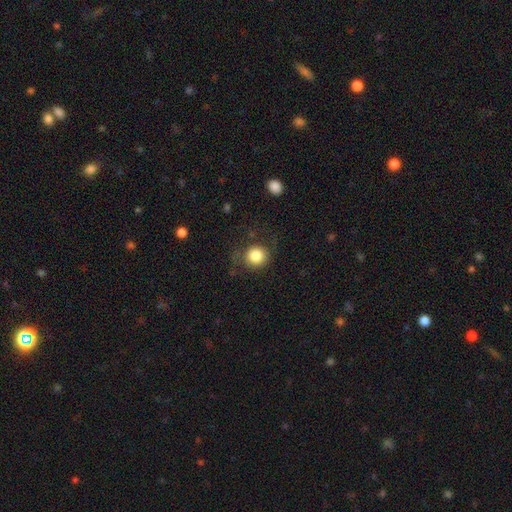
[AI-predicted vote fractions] Overall: smooth (84%). How rounded: round (89%). Merging: none (73%).